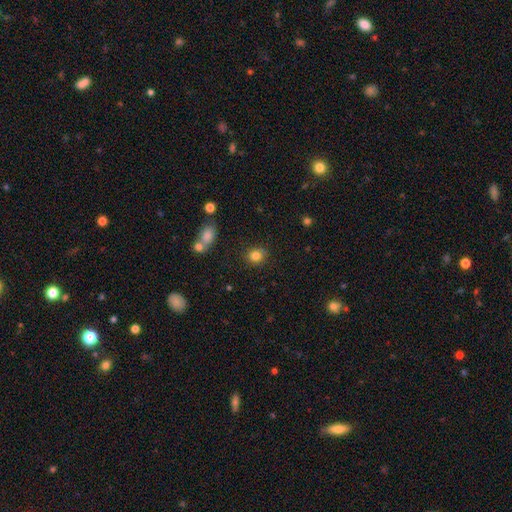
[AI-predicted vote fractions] Smooth or featured? Predicted: smooth (p=0.83). How rounded? Predicted: round (p=0.74). Merging? Predicted: none (p=0.84).